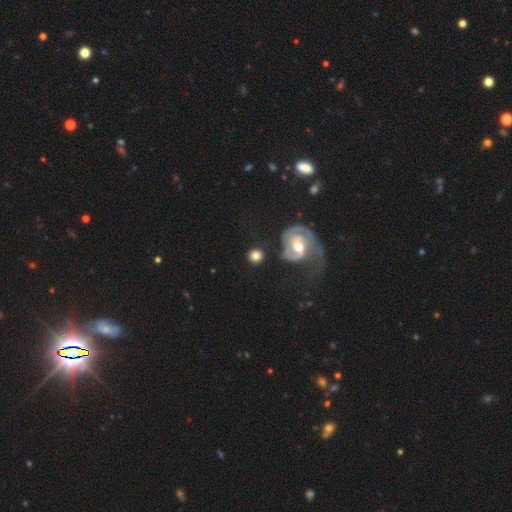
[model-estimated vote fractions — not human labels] The model was most divided on "smooth or featured": smooth: 73%, featured or disk: 20%, star or artifact: 7%. More confident: how rounded — round (89%); merging — none (72%).